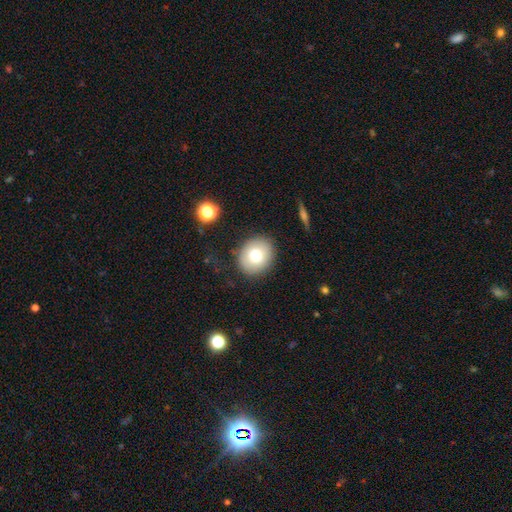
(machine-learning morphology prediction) A smooth galaxy with no disk features (75%) that is round (70%). Merging: none (85%).